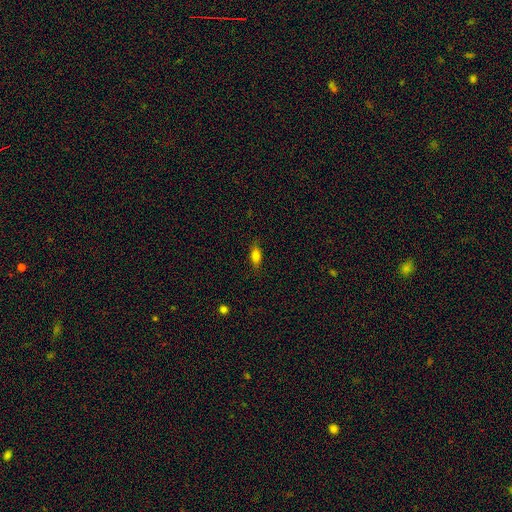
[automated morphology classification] Smooth or featured? smooth (79%)
How rounded? in between (79%)
Merging? none (83%)